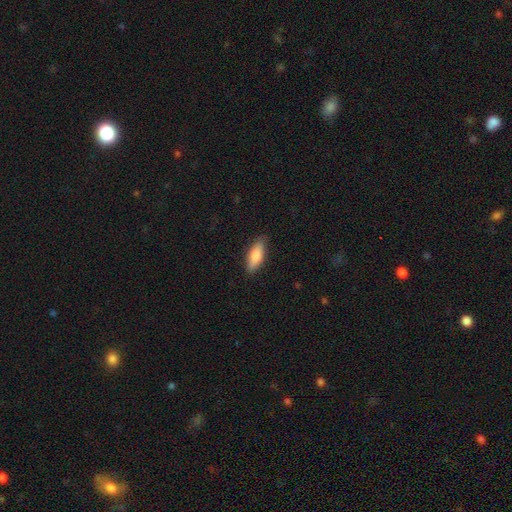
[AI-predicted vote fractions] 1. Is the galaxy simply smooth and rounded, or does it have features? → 80% smooth, 15% featured or disk, 6% star or artifact.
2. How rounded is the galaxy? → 64% in between, 34% cigar-shaped, 2% round.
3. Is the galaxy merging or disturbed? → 84% none, 13% minor disturbance, 2% major disturbance, 1% merger.